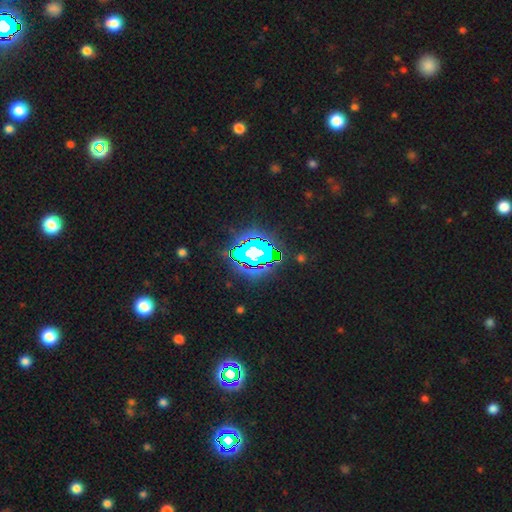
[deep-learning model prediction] Smooth or featured: star or artifact — 81% (smooth — 12%)